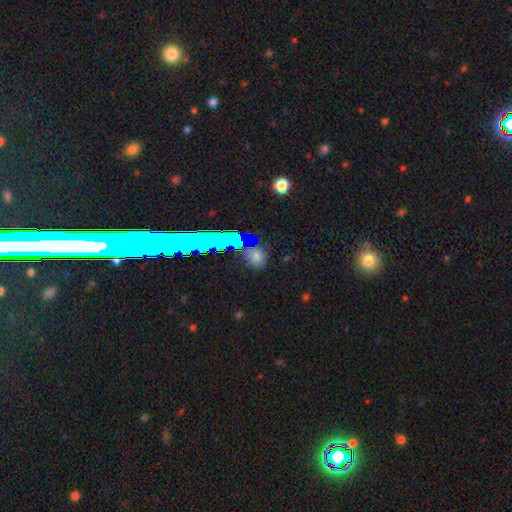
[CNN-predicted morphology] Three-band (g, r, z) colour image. It shows a smooth galaxy with no disk features (57%) that is round (67%). Merging: none (80%).